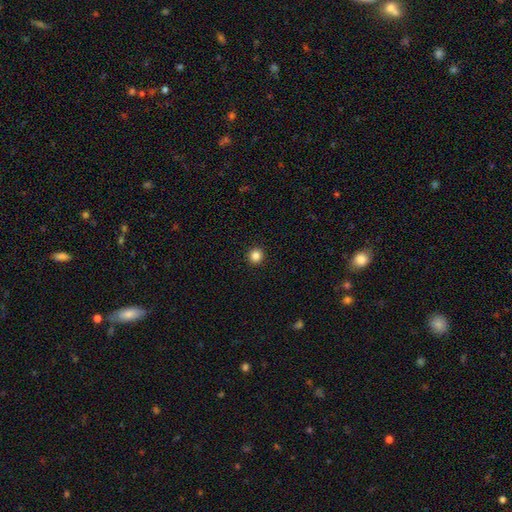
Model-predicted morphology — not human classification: Overall: smooth (85%). How rounded: round (93%). Merging: none (94%).